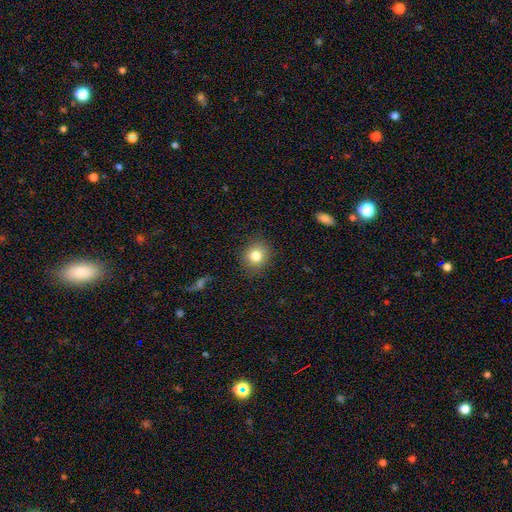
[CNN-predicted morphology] The model was most divided on "how rounded": round: 82%, in between: 17%, cigar-shaped: 1%. More confident: merging — none (88%); smooth or featured — smooth (81%).